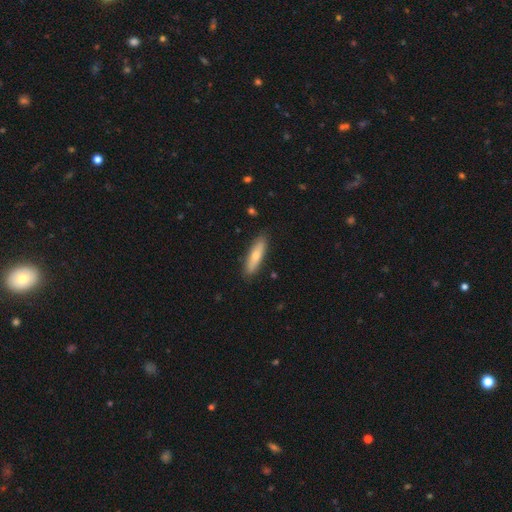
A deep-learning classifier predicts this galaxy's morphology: type=smooth (65%); roundness=cigar-shaped (66%); merging=none (87%).